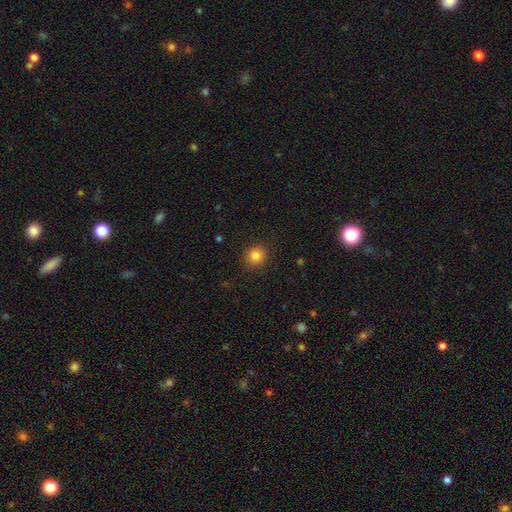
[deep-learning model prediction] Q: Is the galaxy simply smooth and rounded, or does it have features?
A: smooth — 83%.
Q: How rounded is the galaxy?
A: round — 83%.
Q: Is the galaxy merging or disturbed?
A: none — 89%.